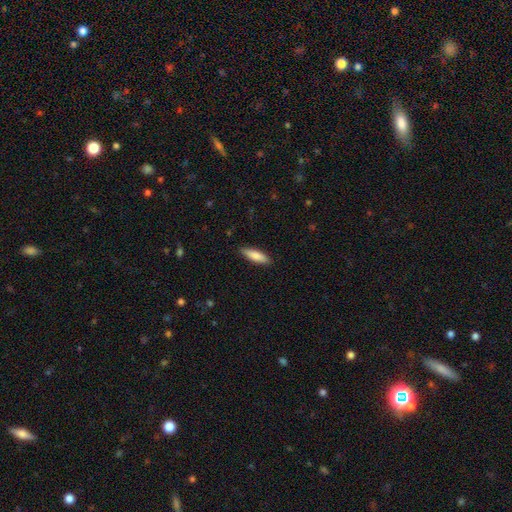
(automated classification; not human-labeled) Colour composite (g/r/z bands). It shows a smooth galaxy with no disk features (83%) that is cigar-shaped (56%). Merging: none (89%).